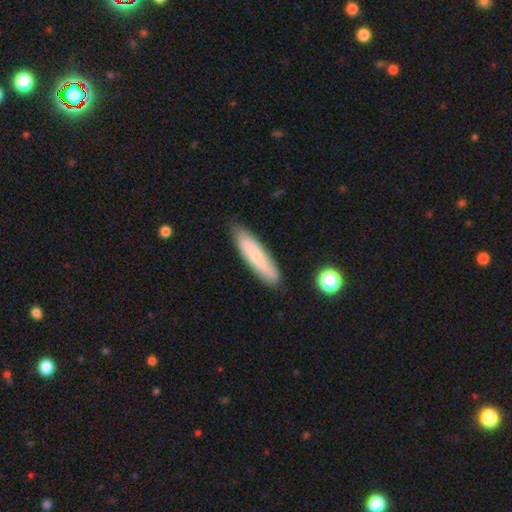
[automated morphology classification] Smooth or featured? Predicted: smooth (p=0.61). How rounded? Predicted: cigar-shaped (p=0.77). Merging? Predicted: none (p=0.81).